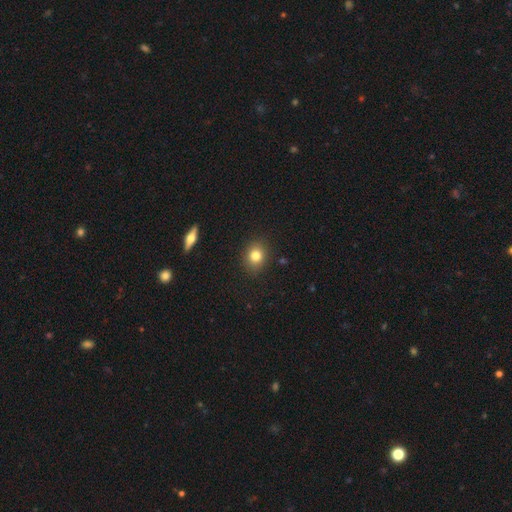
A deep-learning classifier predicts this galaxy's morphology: A smooth galaxy with no disk features (81%) that is round (66%).

Vote fractions:
- Smooth or featured? smooth: 81% / star or artifact: 11% / featured or disk: 9%
- How rounded? round: 66% / in between: 33% / cigar-shaped: 1%
- Merging? none: 88% / minor disturbance: 8% / major disturbance: 2% / merger: 1%